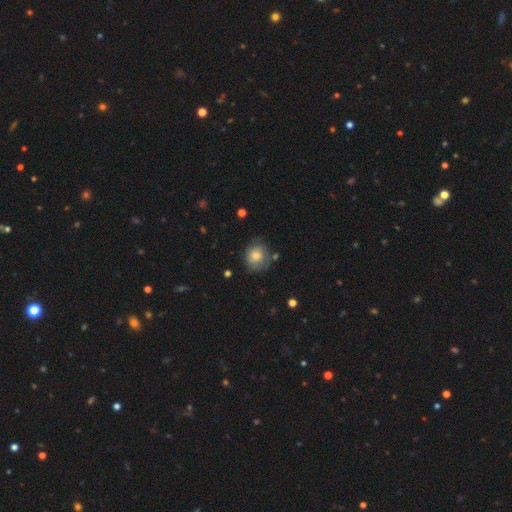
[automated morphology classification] Smooth or featured? smooth (69%)
How rounded? round (78%)
Merging? none (68%)